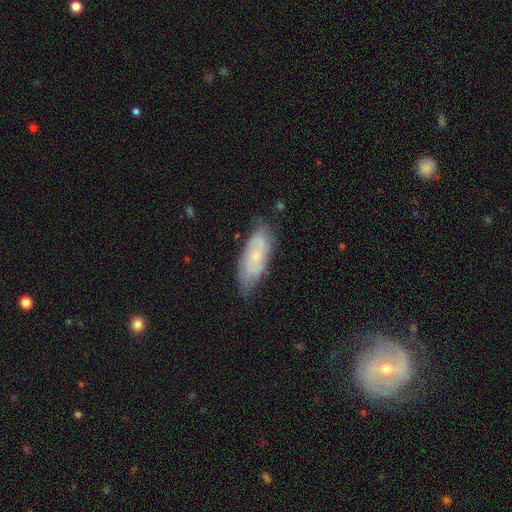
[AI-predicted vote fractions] This appears to be a featured or disk galaxy (49%). Merging: none (68%).